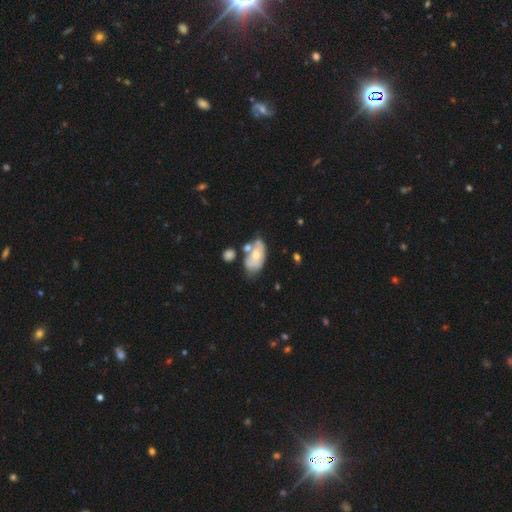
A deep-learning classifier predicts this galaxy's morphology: type=smooth (52%); roundness=in between (91%); merging=none (36%).